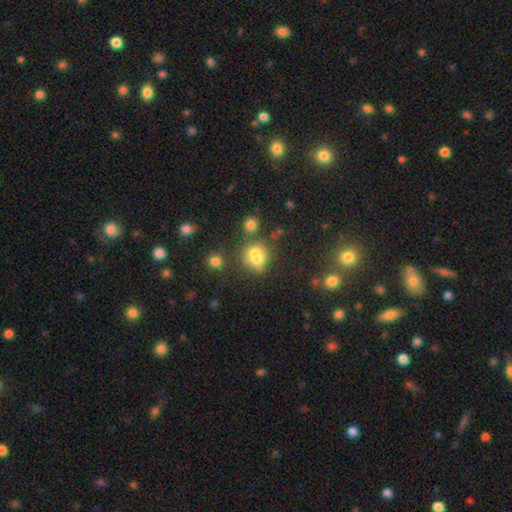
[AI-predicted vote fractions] The model was most divided on "how rounded": round: 54%, in between: 45%, cigar-shaped: 2%. Remaining: smooth or featured — smooth (73%); merging — none (47%).